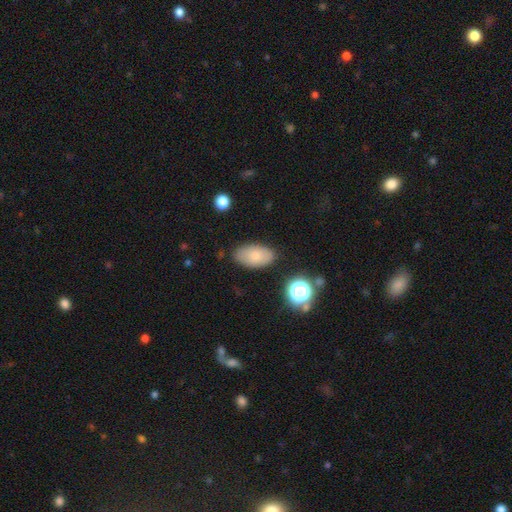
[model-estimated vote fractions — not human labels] Smooth or featured?
  - smooth: 78% *
  - featured or disk: 13%
  - star or artifact: 9%
How rounded?
  - in between: 93% *
  - round: 6%
  - cigar-shaped: 2%
Merging?
  - none: 80% *
  - minor disturbance: 15%
  - major disturbance: 3%
  - merger: 2%